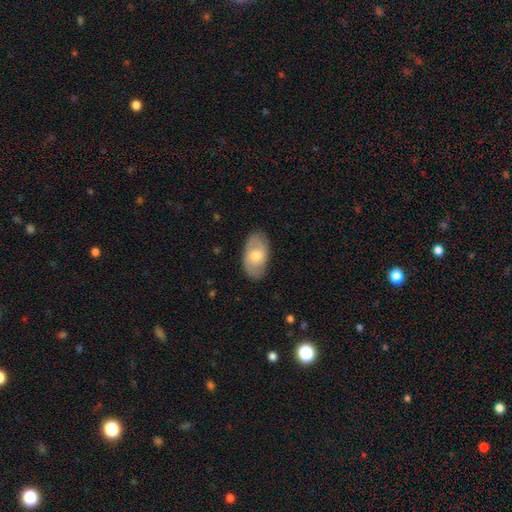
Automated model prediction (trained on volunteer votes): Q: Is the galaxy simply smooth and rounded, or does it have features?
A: smooth — 55%.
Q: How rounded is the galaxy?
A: in between — 93%.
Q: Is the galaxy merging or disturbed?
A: none — 83%.